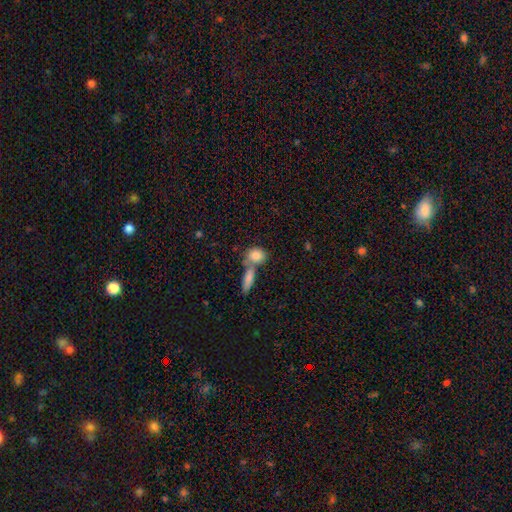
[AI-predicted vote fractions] A smooth galaxy with no disk features (84%) that is in between round and cigar-shaped (53%).

Vote fractions:
- Smooth or featured? smooth: 84% / featured or disk: 9% / star or artifact: 7%
- How rounded? in between: 53% / round: 41% / cigar-shaped: 6%
- Merging? none: 47% / merger: 39% / minor disturbance: 10% / major disturbance: 4%